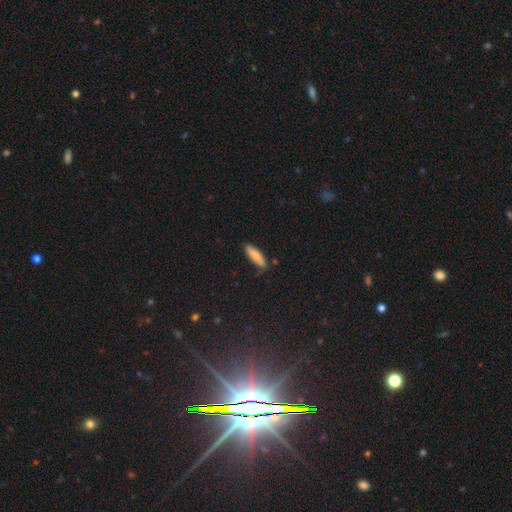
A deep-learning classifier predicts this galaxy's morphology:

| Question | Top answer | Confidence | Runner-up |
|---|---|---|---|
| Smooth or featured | smooth | 77% | featured or disk (16%) |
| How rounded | cigar-shaped | 65% | in between (34%) |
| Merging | none | 75% | minor disturbance (19%) |